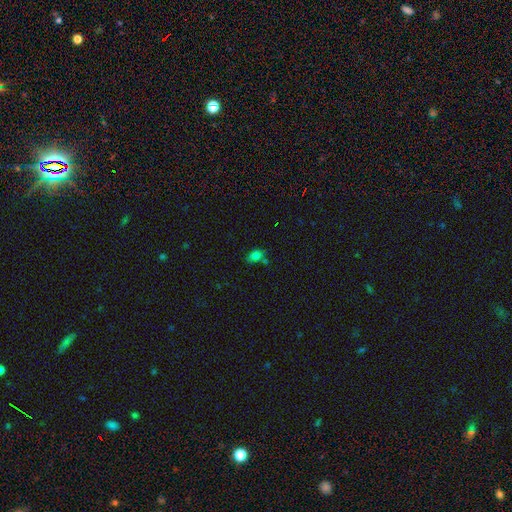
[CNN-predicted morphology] Smooth or featured: smooth — 78% (star or artifact — 14%)
How rounded: in between — 78% (round — 20%)
Merging: none — 65% (minor disturbance — 16%)